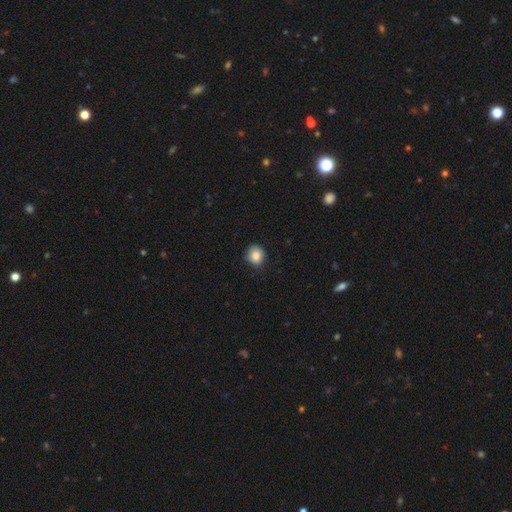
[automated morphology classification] A smooth galaxy with no disk features (85%) that is round (83%).

Vote fractions:
- Smooth or featured? smooth: 85% / star or artifact: 9% / featured or disk: 6%
- How rounded? round: 83% / in between: 16% / cigar-shaped: 1%
- Merging? none: 78% / minor disturbance: 18% / major disturbance: 3% / merger: 1%